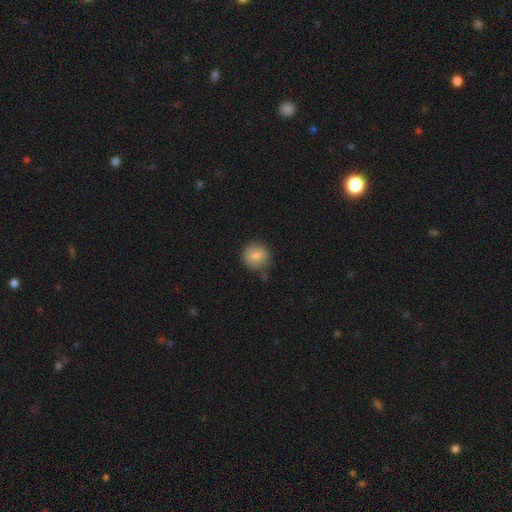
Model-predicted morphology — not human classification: type=smooth (83%); roundness=round (92%); merging=none (81%).